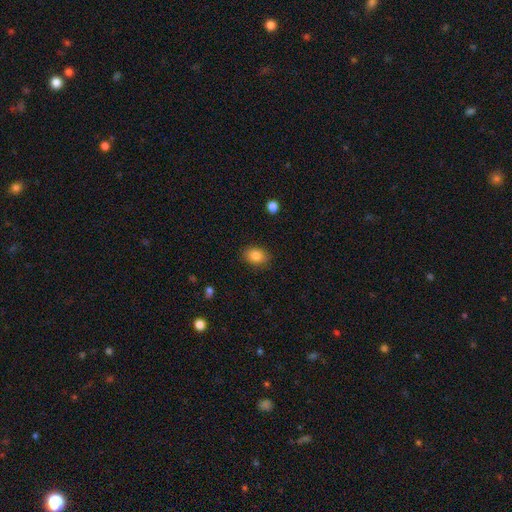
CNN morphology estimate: This appears to be a smooth galaxy with no disk features (84%) that is in between round and cigar-shaped (72%). Merging: none (85%).